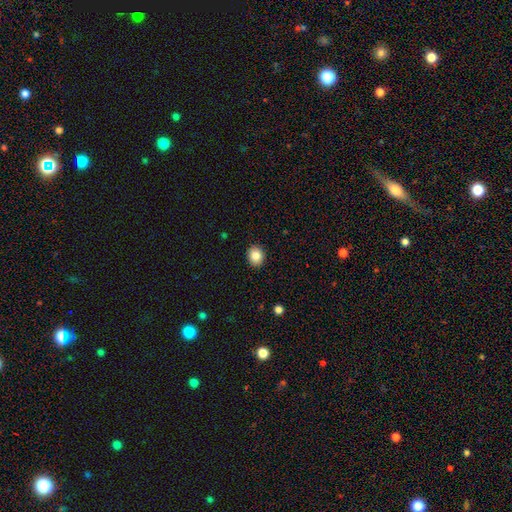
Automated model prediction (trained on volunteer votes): A smooth galaxy with no disk features (84%) that is round (70%).

Vote fractions:
- Smooth or featured? smooth: 84% / star or artifact: 9% / featured or disk: 6%
- How rounded? round: 70% / in between: 29% / cigar-shaped: 1%
- Merging? none: 91% / minor disturbance: 6% / major disturbance: 2% / merger: 1%